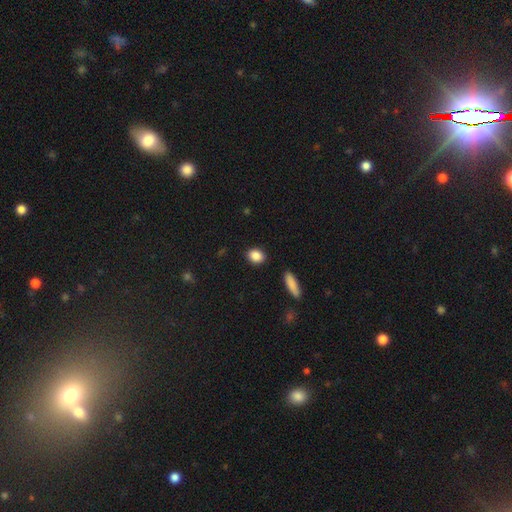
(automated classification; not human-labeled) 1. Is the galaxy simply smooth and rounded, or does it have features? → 88% smooth, 8% star or artifact, 4% featured or disk.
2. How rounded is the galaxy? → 58% in between, 39% round, 2% cigar-shaped.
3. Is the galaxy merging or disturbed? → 89% none, 7% minor disturbance, 2% major disturbance, 2% merger.